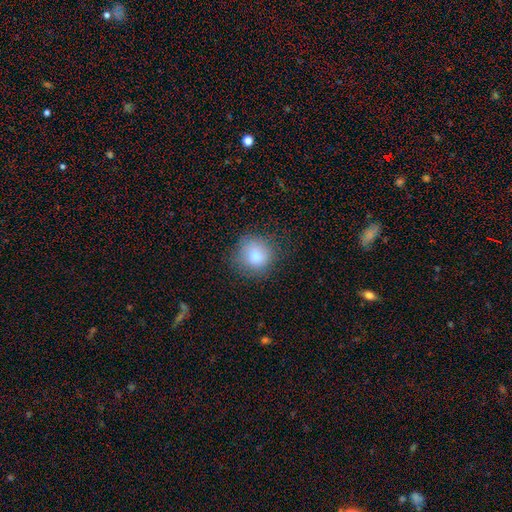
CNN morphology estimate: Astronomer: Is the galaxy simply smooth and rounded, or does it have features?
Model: smooth — 82%.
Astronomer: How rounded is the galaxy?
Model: round — 88%.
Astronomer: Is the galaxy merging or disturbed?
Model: none — 74%.